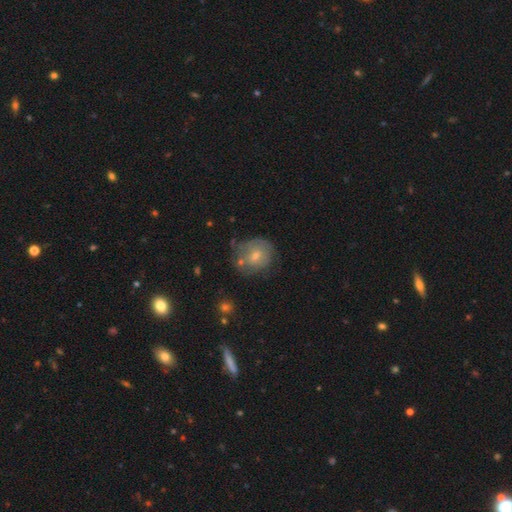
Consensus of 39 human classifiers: This appears to be a smooth galaxy with no disk features (69%) that is round (89%). Merging: none (45%).